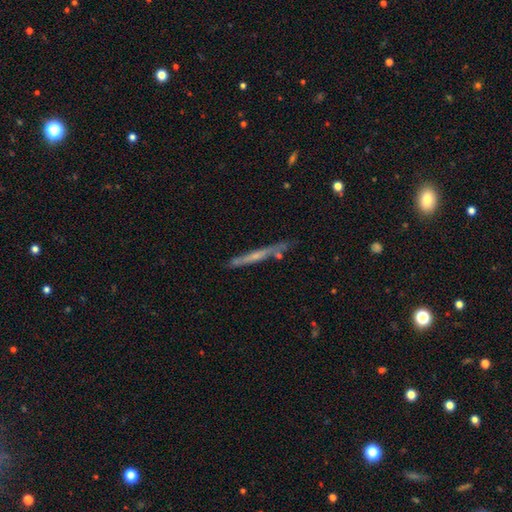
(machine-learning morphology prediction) type=featured or disk (60%); edge-on=yes (93%); edge-on bulge=none (54%); merging=none (77%).